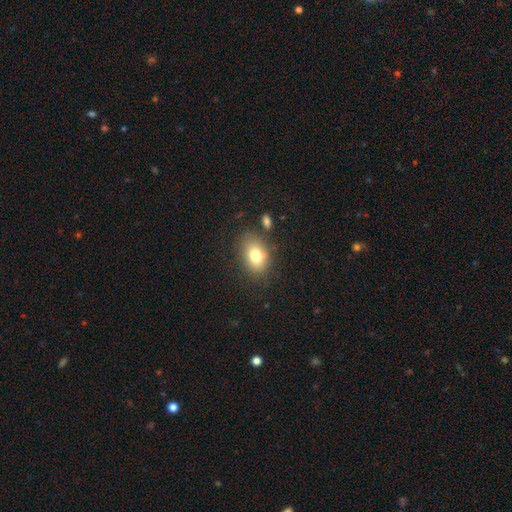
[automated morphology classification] A smooth galaxy with no disk features (78%) that is in between round and cigar-shaped (80%). Merging: none (75%).